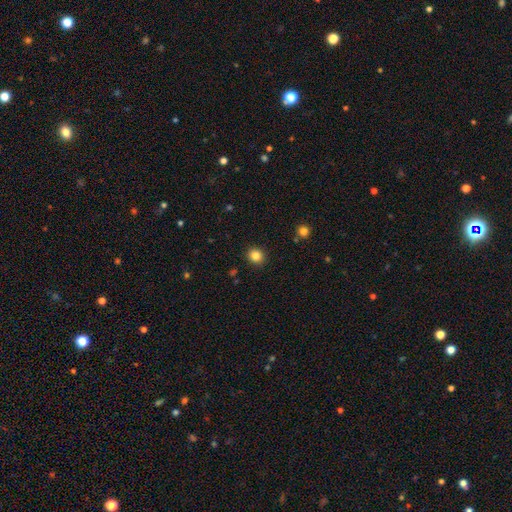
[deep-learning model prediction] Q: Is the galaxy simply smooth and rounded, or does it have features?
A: smooth — 83%.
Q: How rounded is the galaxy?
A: round — 80%.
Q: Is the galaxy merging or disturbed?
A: none — 91%.